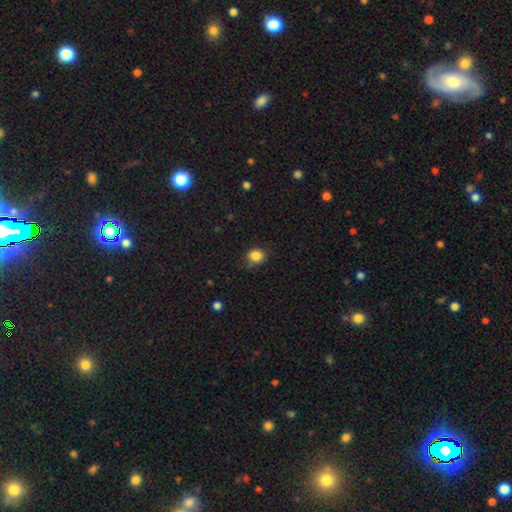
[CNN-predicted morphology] smooth-or-featured: smooth: 85% | star or artifact: 11% | featured or disk: 4%
  how-rounded: round: 75% | in between: 24% | cigar-shaped: 1%
  merging: none: 79% | minor disturbance: 17% | major disturbance: 3% | merger: 1%